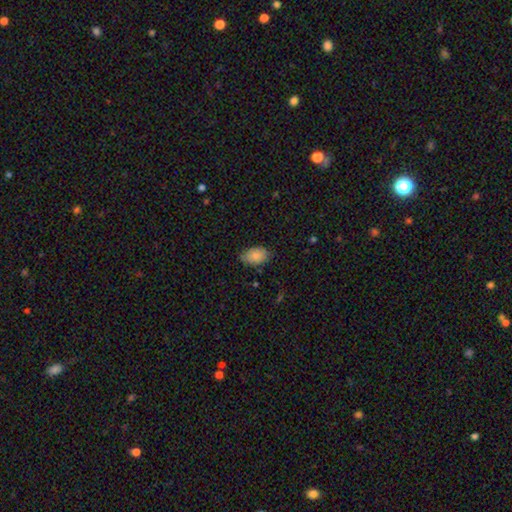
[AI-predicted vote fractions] Smooth or featured? Predicted: smooth (p=0.86). How rounded? Predicted: in between (p=0.91). Merging? Predicted: none (p=0.74).